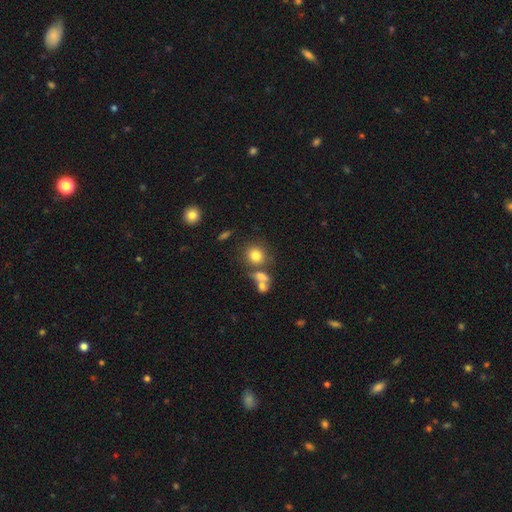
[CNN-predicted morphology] The model was most divided on "merging": none: 62%, merger: 21%, minor disturbance: 11%, major disturbance: 5%. More confident: smooth or featured — smooth (80%); how rounded — round (77%).